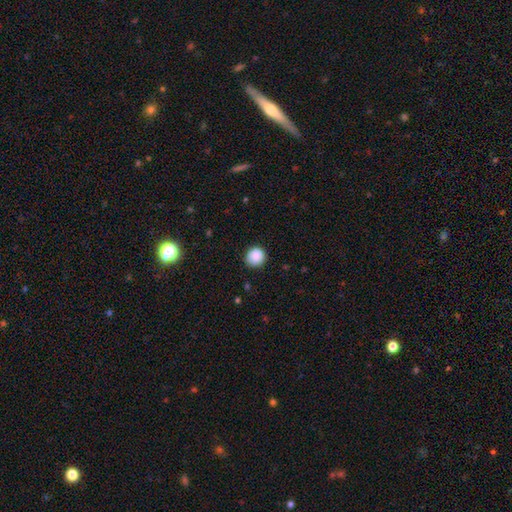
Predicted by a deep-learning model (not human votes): smooth_or_featured: smooth (p=0.89) [alt: star or artifact p=0.09]
how_rounded: round (p=0.89) [alt: in between p=0.10]
merging: none (p=0.87) [alt: minor disturbance p=0.10]